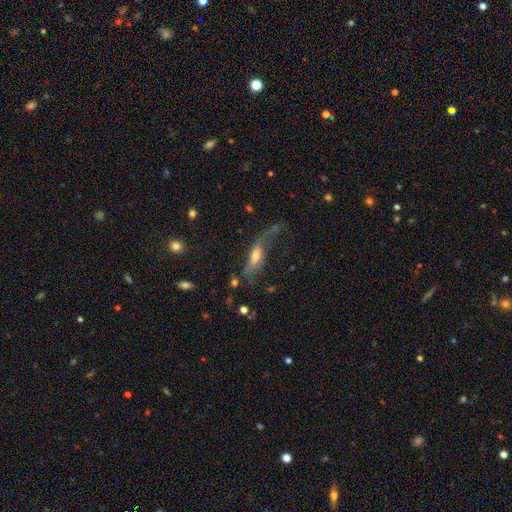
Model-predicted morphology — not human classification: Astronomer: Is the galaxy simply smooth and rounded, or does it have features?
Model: smooth — 50% (runner-up: featured or disk, 41%).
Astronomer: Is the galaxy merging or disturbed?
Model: major disturbance — 36% (runner-up: none, 33%).